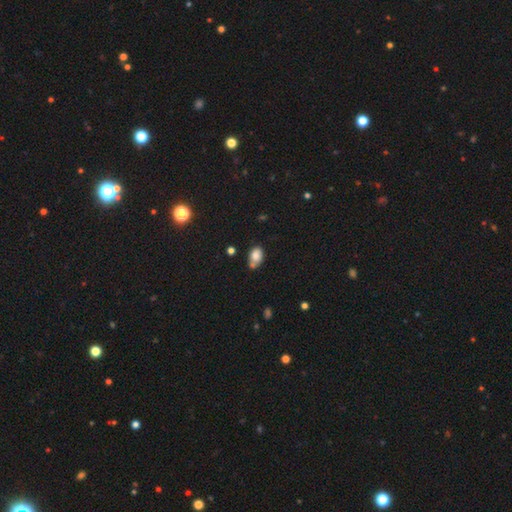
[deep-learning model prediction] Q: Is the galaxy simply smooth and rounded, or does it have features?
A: smooth — 80%.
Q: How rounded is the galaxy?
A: in between — 77%.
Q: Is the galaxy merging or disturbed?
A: none — 43%.